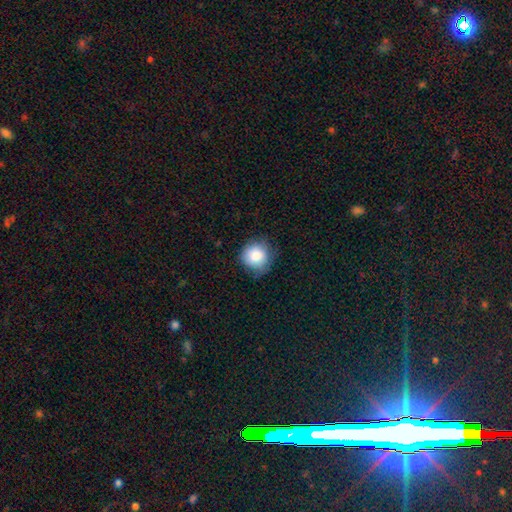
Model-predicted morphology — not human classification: type=smooth (85%); roundness=round (91%); merging=none (71%).